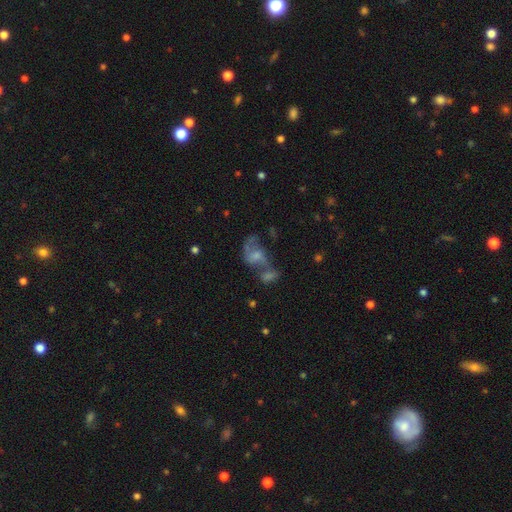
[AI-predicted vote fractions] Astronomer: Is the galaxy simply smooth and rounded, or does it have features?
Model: featured or disk — 56% (runner-up: smooth, 31%).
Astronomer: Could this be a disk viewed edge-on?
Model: no — 97%.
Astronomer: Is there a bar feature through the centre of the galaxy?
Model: no — 64%.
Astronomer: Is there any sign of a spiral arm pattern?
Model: yes — 68%.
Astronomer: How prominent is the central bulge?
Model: small — 37% (runner-up: moderate, 34%).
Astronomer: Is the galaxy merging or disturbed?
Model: merger — 44% (runner-up: none, 23%).